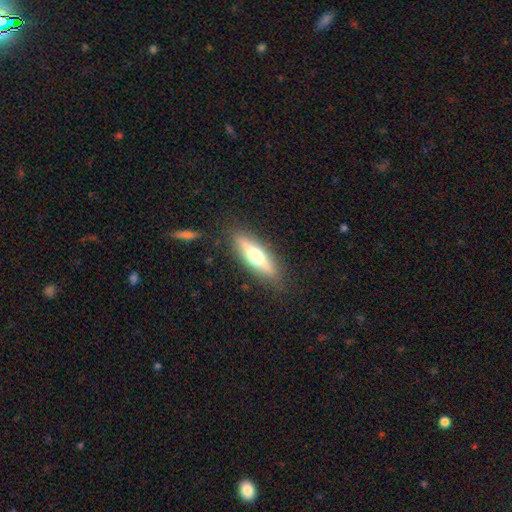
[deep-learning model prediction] Q: Smooth or featured?
A: featured or disk (63%); runner-up: smooth (30%)
Q: Edge-on disk?
A: yes (92%); runner-up: no (8%)
Q: Edge-on bulge?
A: rounded (94%); runner-up: boxy (3%)
Q: Merging?
A: none (87%); runner-up: minor disturbance (9%)